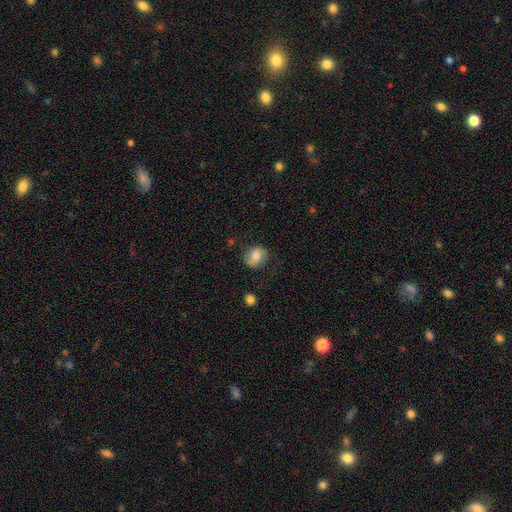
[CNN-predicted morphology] smooth_or_featured: smooth (p=0.72) [alt: featured or disk p=0.20]
how_rounded: round (p=0.67) [alt: in between p=0.32]
merging: none (p=0.73) [alt: minor disturbance p=0.19]